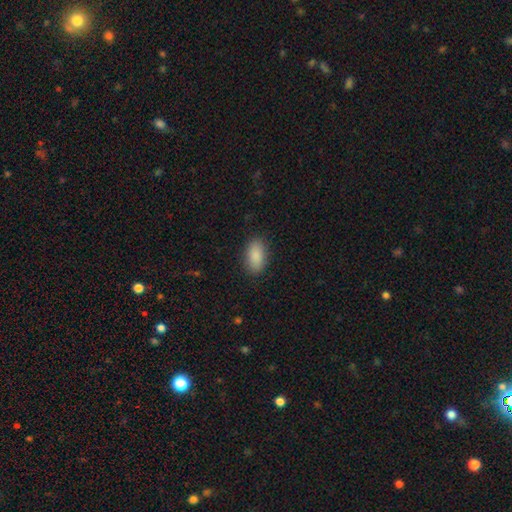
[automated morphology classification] A smooth galaxy with no disk features (89%) that is in between round and cigar-shaped (92%). Merging: none (88%).